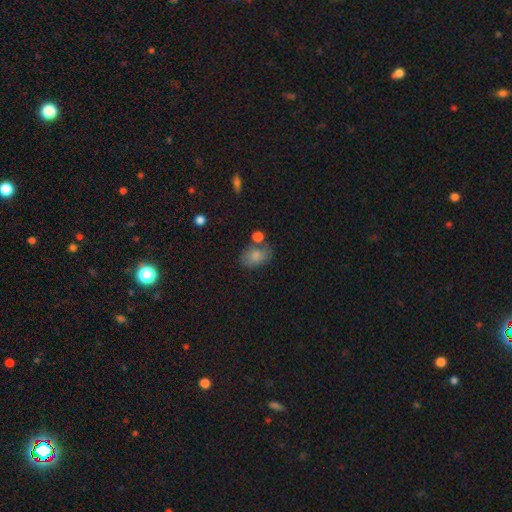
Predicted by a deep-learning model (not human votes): Smooth or featured? Predicted: smooth (p=0.76). How rounded? Predicted: in between (p=0.76). Merging? Predicted: none (p=0.51).